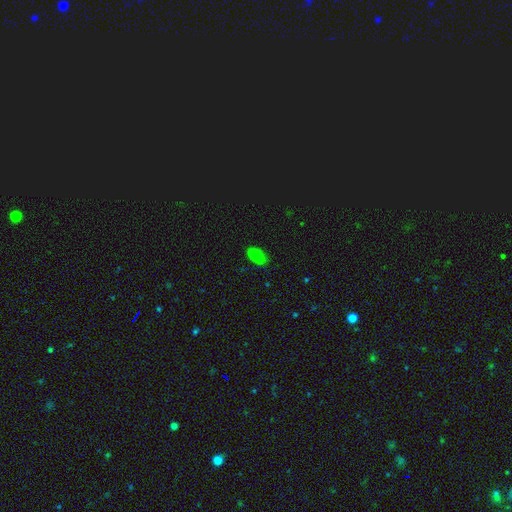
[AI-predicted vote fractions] Smooth or featured? Predicted: smooth (p=0.80). How rounded? Predicted: in between (p=0.88). Merging? Predicted: none (p=0.78).